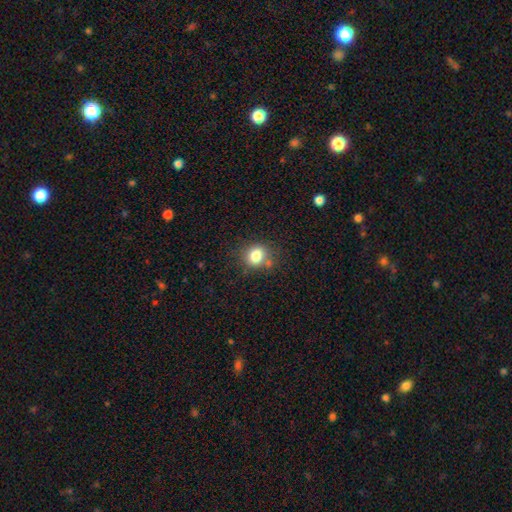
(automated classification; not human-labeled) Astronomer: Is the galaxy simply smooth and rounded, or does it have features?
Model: smooth — 81%.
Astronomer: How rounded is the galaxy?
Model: round — 75%.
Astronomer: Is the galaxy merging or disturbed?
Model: none — 74%.